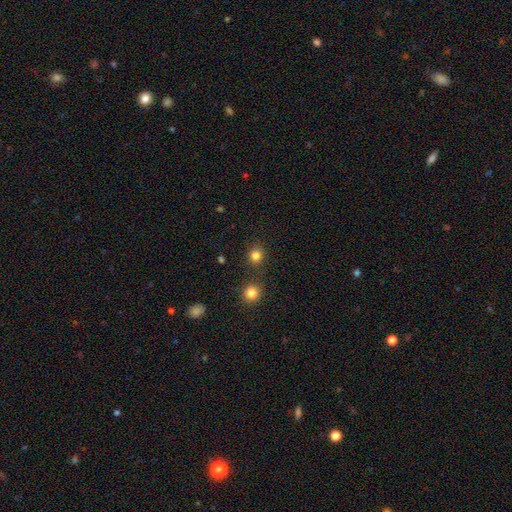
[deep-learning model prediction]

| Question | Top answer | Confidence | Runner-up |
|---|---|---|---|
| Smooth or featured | smooth | 81% | star or artifact (14%) |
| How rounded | round | 87% | in between (12%) |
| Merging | none | 82% | merger (8%) |